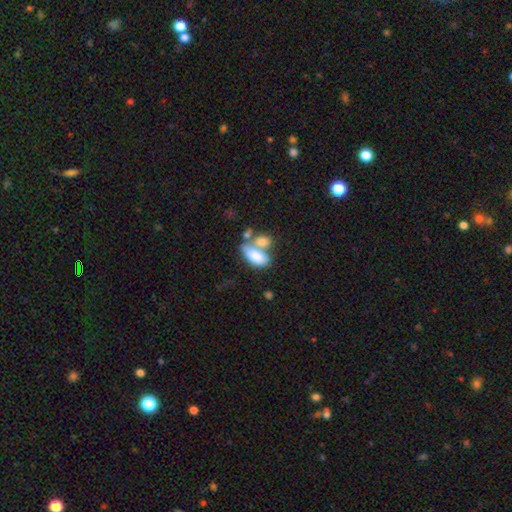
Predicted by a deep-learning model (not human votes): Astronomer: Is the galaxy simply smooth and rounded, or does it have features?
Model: smooth — 76%.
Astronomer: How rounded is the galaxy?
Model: in between — 90%.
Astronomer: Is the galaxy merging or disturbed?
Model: merger — 54%.